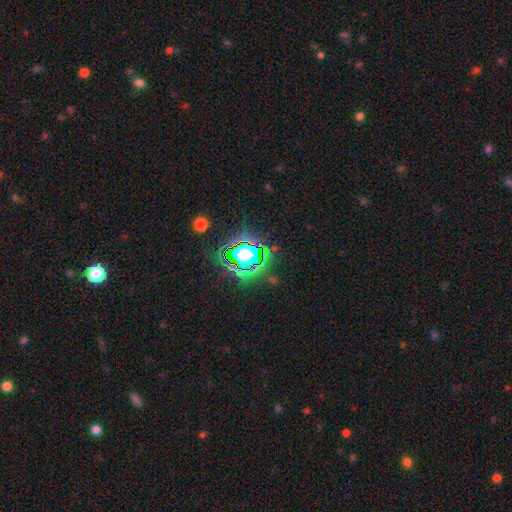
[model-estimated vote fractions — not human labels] star or artifact 73%, smooth 15%, featured or disk 11%.